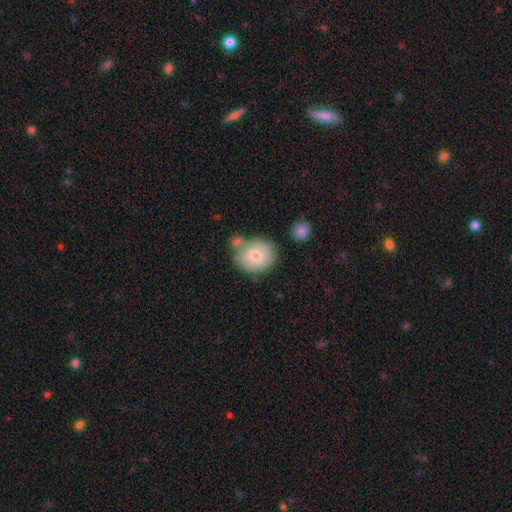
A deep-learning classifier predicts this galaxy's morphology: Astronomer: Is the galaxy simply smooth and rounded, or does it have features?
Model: featured or disk — 52% (runner-up: smooth, 42%).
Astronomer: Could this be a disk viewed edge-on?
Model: no — 97%.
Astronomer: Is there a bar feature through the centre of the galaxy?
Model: weak — 51% (runner-up: no, 42%).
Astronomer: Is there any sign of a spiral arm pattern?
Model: yes — 82%.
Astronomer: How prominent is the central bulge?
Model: moderate — 54% (runner-up: small, 39%).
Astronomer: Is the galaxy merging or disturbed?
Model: none — 52%.